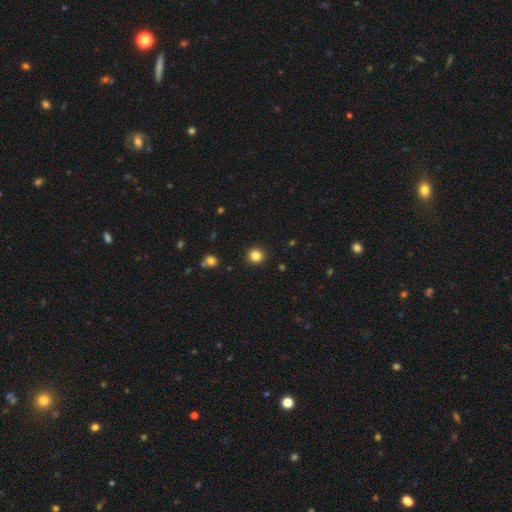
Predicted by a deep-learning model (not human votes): Morphology: type=smooth (84%); roundness=round (94%); merging=none (92%).